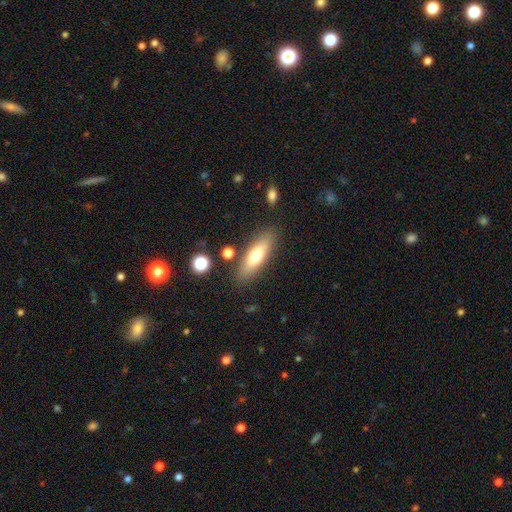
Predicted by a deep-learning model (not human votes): Morphology: type=smooth (68%); roundness=cigar-shaped (53%); merging=none (83%).